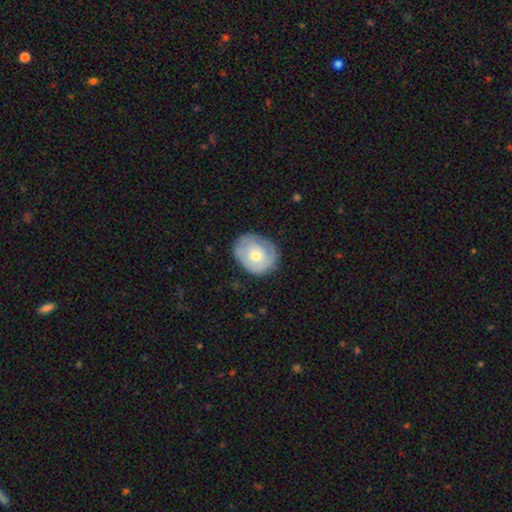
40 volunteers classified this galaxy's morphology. Q: Smooth or featured?
A: featured or disk (68%); runner-up: smooth (30%)
Q: Edge-on disk?
A: no (93%); runner-up: yes (7%)
Q: Bar?
A: no (88%); runner-up: weak (12%)
Q: Spiral arms?
A: no (52%); runner-up: yes (48%)
Q: Bulge size?
A: small (52%); runner-up: moderate (48%)
Q: Merging?
A: none (74%); runner-up: minor disturbance (21%)